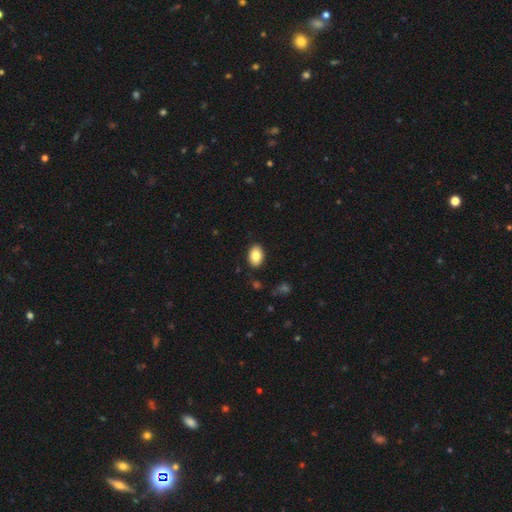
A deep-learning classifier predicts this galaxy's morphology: Smooth or featured? smooth (84%)
How rounded? in between (87%)
Merging? none (88%)